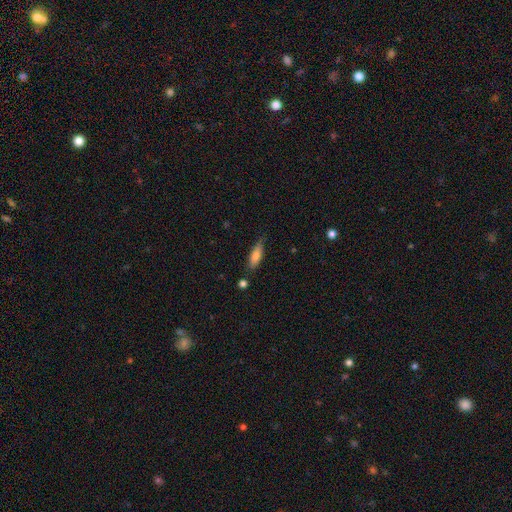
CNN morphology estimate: Smooth or featured? smooth (74%)
How rounded? cigar-shaped (52%)
Merging? none (72%)